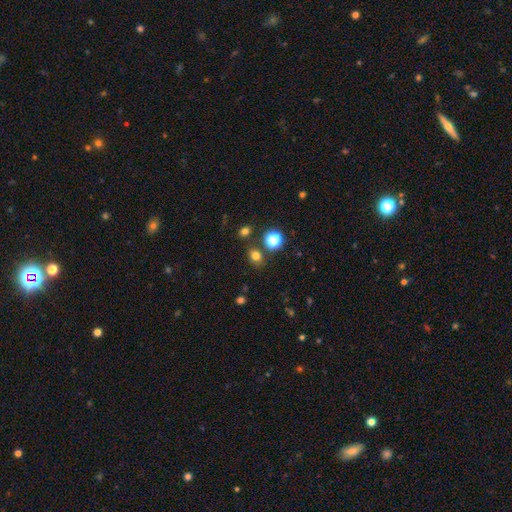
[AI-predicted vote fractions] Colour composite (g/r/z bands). It shows a smooth galaxy with no disk features (74%) that is round (63%). Merging: none (79%).